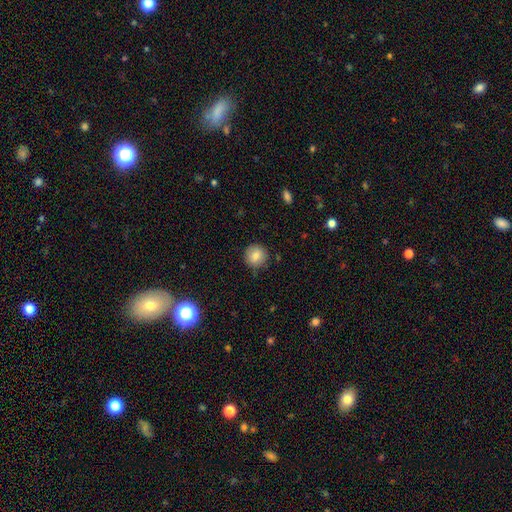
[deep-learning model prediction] Q: Smooth or featured?
A: smooth (82%); runner-up: star or artifact (9%)
Q: How rounded?
A: round (93%); runner-up: in between (6%)
Q: Merging?
A: none (85%); runner-up: minor disturbance (11%)